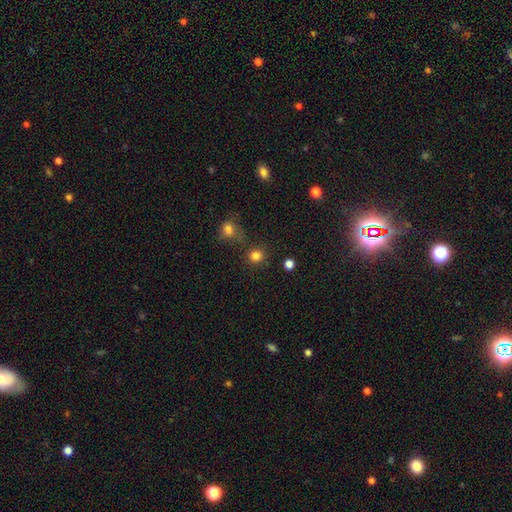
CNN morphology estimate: A smooth galaxy with no disk features (82%) that is round (89%).

Vote fractions:
- Smooth or featured? smooth: 82% / star or artifact: 14% / featured or disk: 4%
- How rounded? round: 89% / in between: 10% / cigar-shaped: 1%
- Merging? none: 77% / merger: 10% / minor disturbance: 9% / major disturbance: 4%